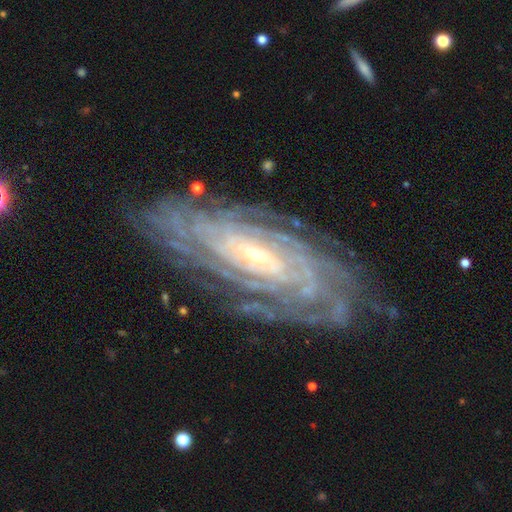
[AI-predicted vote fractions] Q: Smooth or featured?
A: featured or disk (89%); runner-up: smooth (6%)
Q: Edge-on disk?
A: no (92%); runner-up: yes (8%)
Q: Bar?
A: no (51%); runner-up: weak (33%)
Q: Spiral arms?
A: yes (97%); runner-up: no (3%)
Q: Spiral winding?
A: tight (83%); runner-up: medium (14%)
Q: Spiral arm count?
A: can't tell (35%); runner-up: more than 4 (26%)
Q: Bulge size?
A: small (76%); runner-up: moderate (20%)
Q: Merging?
A: none (81%); runner-up: minor disturbance (14%)